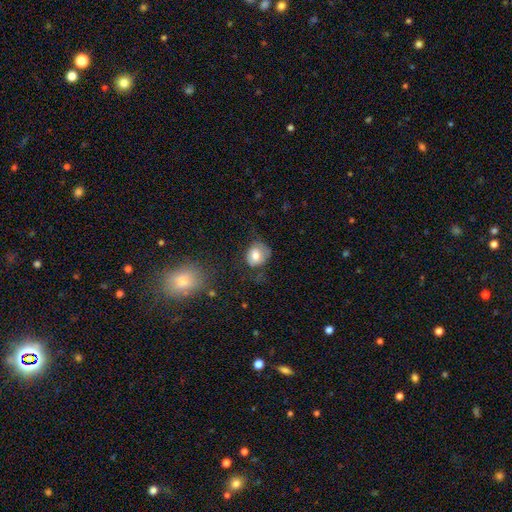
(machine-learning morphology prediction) Q: Smooth or featured?
A: smooth (72%); runner-up: featured or disk (20%)
Q: How rounded?
A: round (58%); runner-up: in between (41%)
Q: Merging?
A: none (45%); runner-up: minor disturbance (31%)